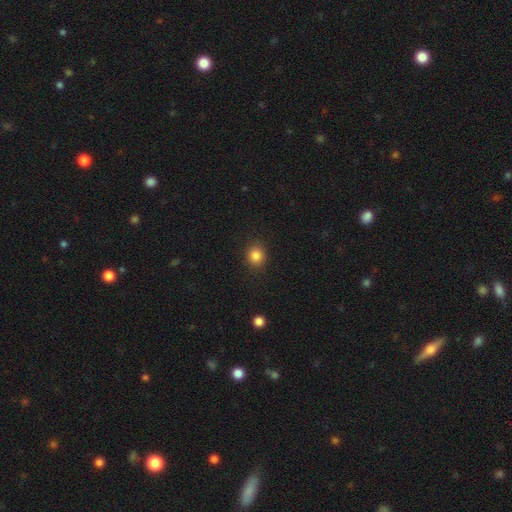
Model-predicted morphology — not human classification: The model was most divided on "how rounded": round: 83%, in between: 16%, cigar-shaped: 1%. More confident: merging — none (90%); smooth or featured — smooth (84%).